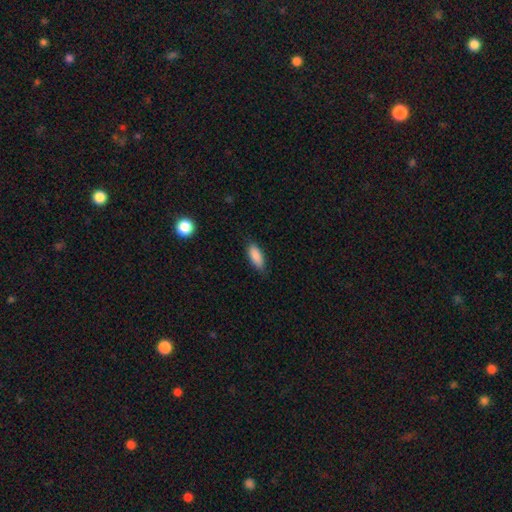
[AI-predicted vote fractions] This is clearly a smooth galaxy (88%). How rounded: likely in between (77%). Merging: clearly none (81%).